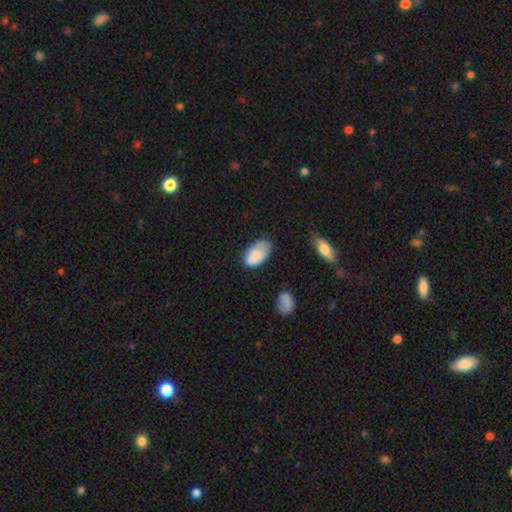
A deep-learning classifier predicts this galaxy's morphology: type=smooth (80%); roundness=in between (94%); merging=none (55%).